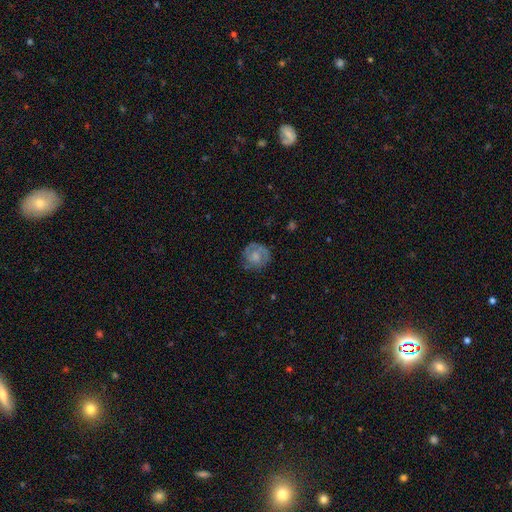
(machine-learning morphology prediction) Smooth or featured?
  - featured or disk: 52% *
  - smooth: 40%
  - star or artifact: 7%
Edge-on disk?
  - no: 97% *
  - yes: 3%
Bar?
  - no: 75% *
  - weak: 22%
  - strong: 3%
Spiral arms?
  - yes: 75% *
  - no: 25%
Bulge size?
  - small: 43% *
  - moderate: 35%
  - none: 16%
  - large: 5%
  - dominant: 1%
Merging?
  - none: 69% *
  - minor disturbance: 21%
  - major disturbance: 9%
  - merger: 1%